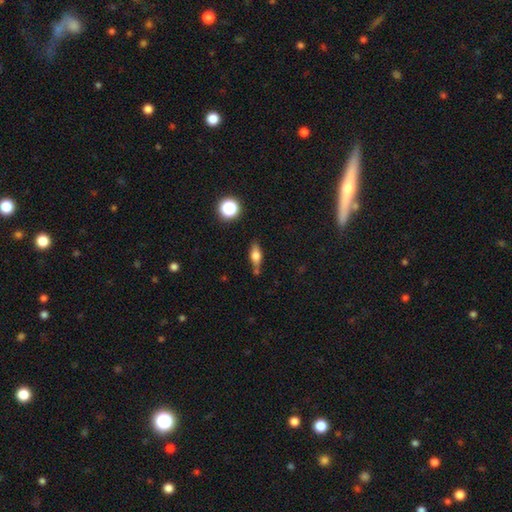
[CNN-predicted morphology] The model was most divided on "smooth or featured": smooth: 60%, featured or disk: 30%, star or artifact: 10%. More confident: merging — none (70%); how rounded — in between (63%).